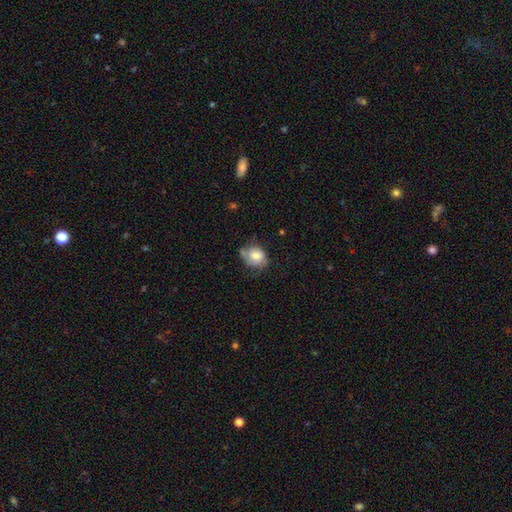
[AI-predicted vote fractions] This appears to be a smooth galaxy with no disk features (73%) that is round (59%). Merging: none (53%).